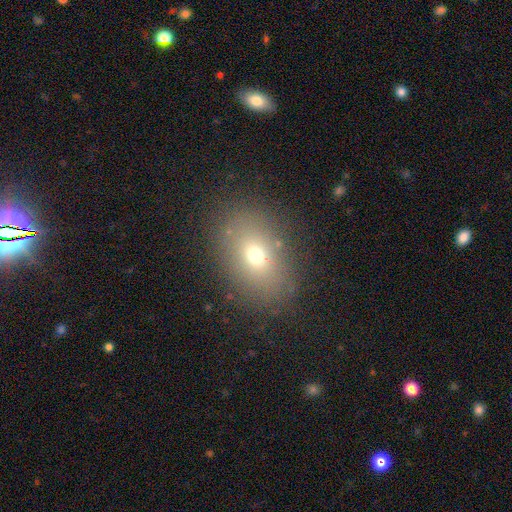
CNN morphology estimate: type=smooth (67%); roundness=in between (76%); merging=none (83%).